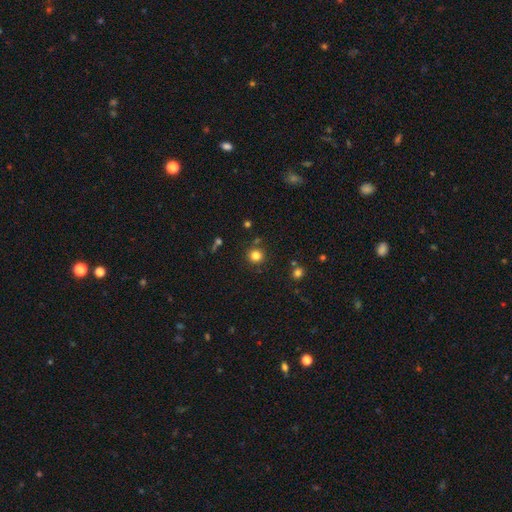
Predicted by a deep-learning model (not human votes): The model was most divided on "smooth or featured": smooth: 81%, star or artifact: 13%, featured or disk: 6%. More confident: how rounded — round (93%); merging — none (85%).